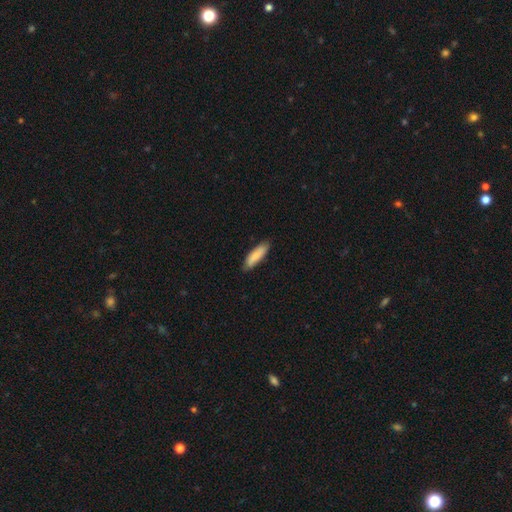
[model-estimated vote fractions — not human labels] The model was most divided on "how rounded": cigar-shaped: 57%, in between: 42%, round: 1%. More confident: smooth or featured — smooth (83%); merging — none (81%).